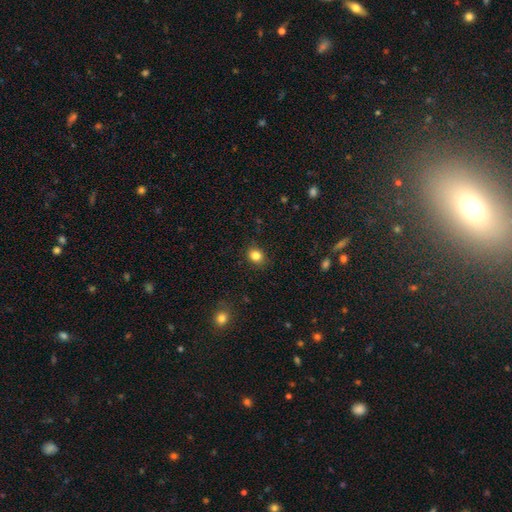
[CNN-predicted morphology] smooth 84%, star or artifact 11%, featured or disk 5%. Down the decision tree: how rounded — round (67%); merging — none (87%).